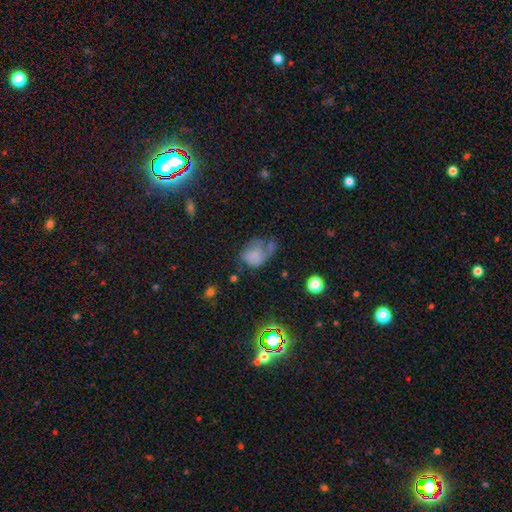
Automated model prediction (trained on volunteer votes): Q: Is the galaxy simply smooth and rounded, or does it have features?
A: smooth — 60%.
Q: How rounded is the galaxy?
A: in between — 61%.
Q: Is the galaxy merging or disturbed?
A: major disturbance — 42%.